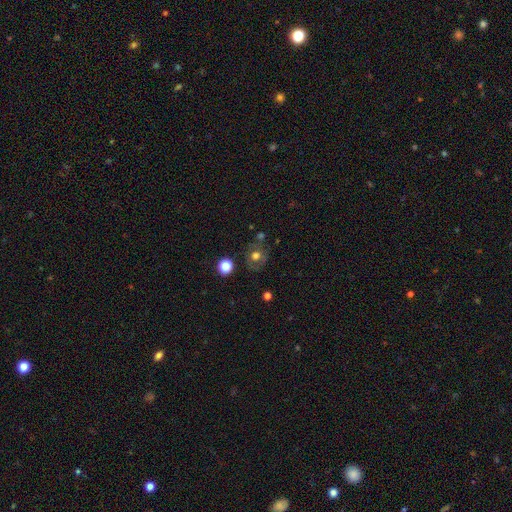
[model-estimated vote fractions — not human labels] smooth_or_featured: smooth (p=0.55) [alt: featured or disk p=0.32]
how_rounded: round (p=0.76) [alt: in between p=0.23]
merging: none (p=0.69) [alt: minor disturbance p=0.17]